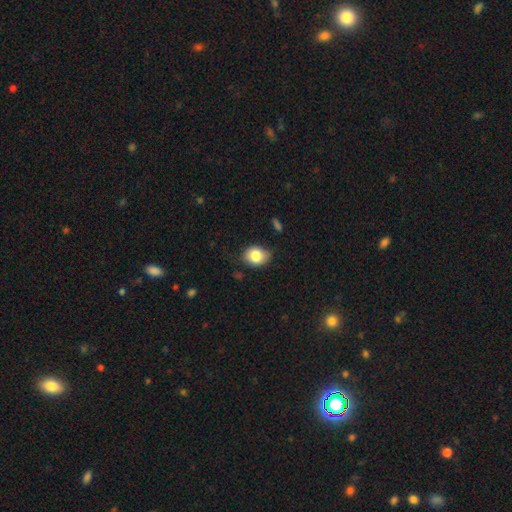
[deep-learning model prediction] Smooth or featured?
  - smooth: 82% *
  - featured or disk: 10%
  - star or artifact: 9%
How rounded?
  - in between: 55% *
  - round: 44%
  - cigar-shaped: 1%
Merging?
  - none: 75% *
  - minor disturbance: 20%
  - major disturbance: 4%
  - merger: 2%